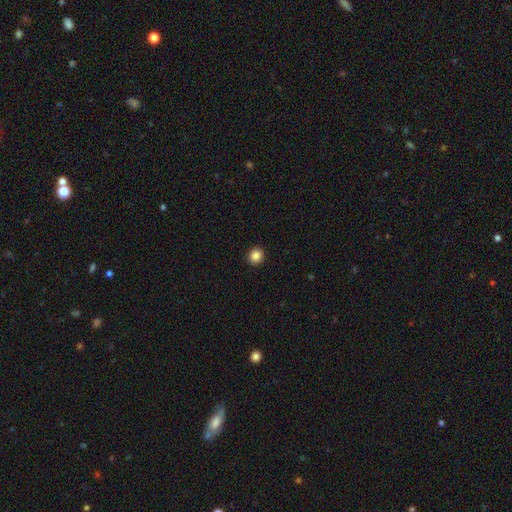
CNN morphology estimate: Smooth or featured?
  - smooth: 86% *
  - star or artifact: 10%
  - featured or disk: 4%
How rounded?
  - round: 87% *
  - in between: 12%
  - cigar-shaped: 1%
Merging?
  - none: 93% *
  - minor disturbance: 4%
  - major disturbance: 1%
  - merger: 1%